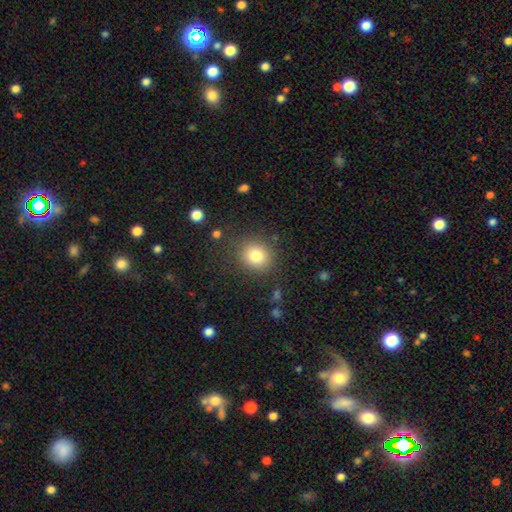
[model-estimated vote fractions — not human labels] This is likely a smooth galaxy (80%). How rounded: likely round (78%). Merging: clearly none (84%).